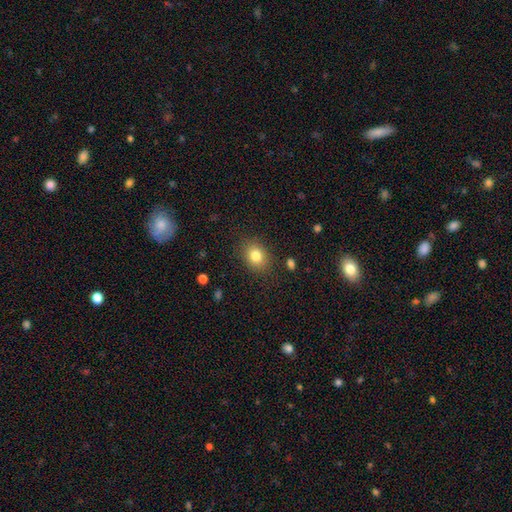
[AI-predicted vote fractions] smooth_or_featured: smooth (p=0.82) [alt: star or artifact p=0.10]
how_rounded: in between (p=0.51) [alt: round p=0.48]
merging: none (p=0.84) [alt: minor disturbance p=0.11]